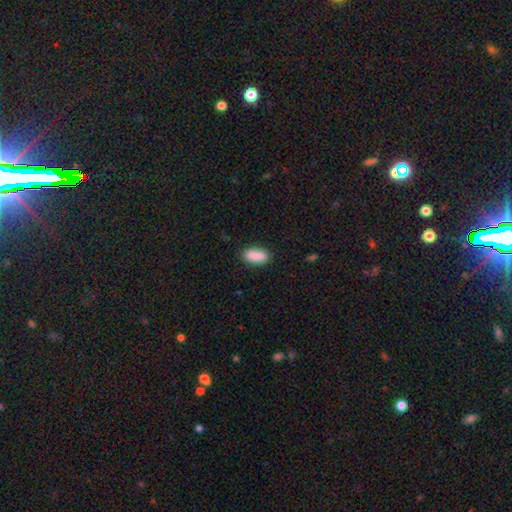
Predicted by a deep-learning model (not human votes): A smooth galaxy with no disk features (89%) that is in between round and cigar-shaped (81%). Merging: none (85%).